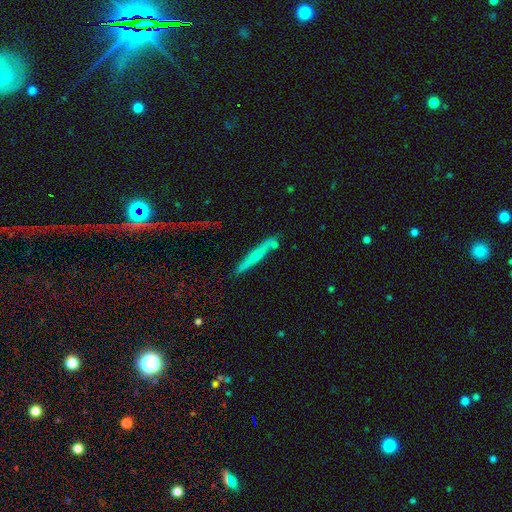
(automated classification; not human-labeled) Q: Smooth or featured?
A: smooth (49%); runner-up: featured or disk (44%)
Q: Merging?
A: none (79%); runner-up: minor disturbance (12%)